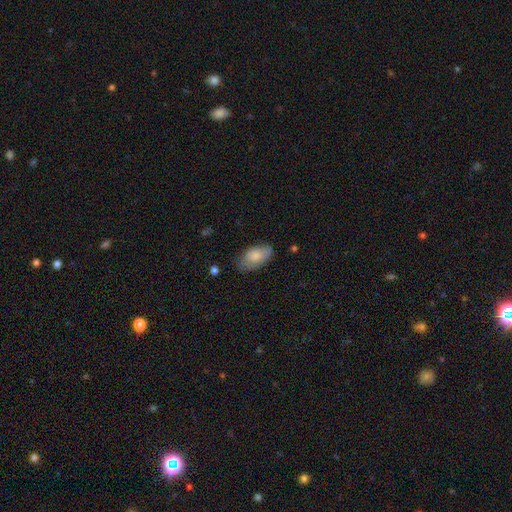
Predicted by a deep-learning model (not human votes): This is clearly a smooth galaxy (80%). How rounded: clearly in between (94%). Merging: likely none (71%).